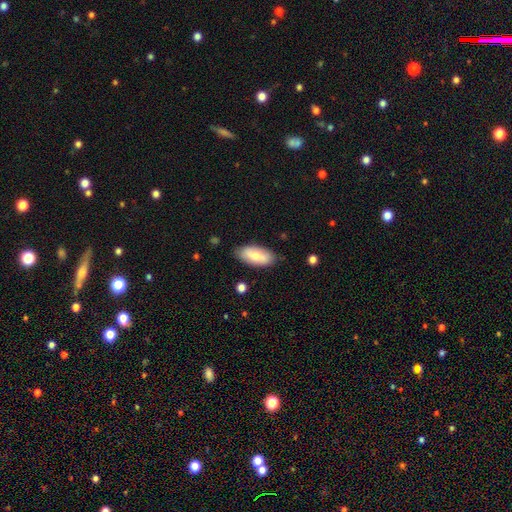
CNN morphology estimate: Smooth or featured? Predicted: smooth (p=0.68). How rounded? Predicted: in between (p=0.89). Merging? Predicted: none (p=0.81).